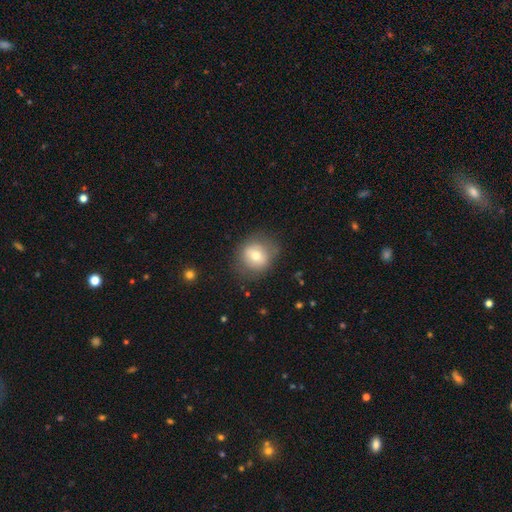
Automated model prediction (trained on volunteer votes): The model was most divided on "smooth or featured": smooth: 69%, featured or disk: 22%, star or artifact: 10%. More confident: how rounded — round (81%); merging — none (78%).